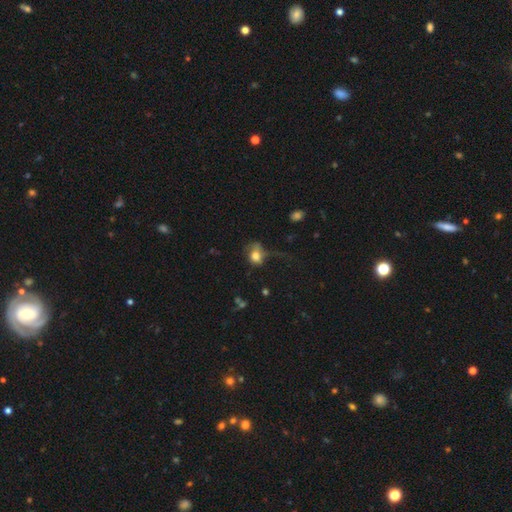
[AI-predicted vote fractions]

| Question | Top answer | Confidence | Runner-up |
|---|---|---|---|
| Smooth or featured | smooth | 73% | featured or disk (16%) |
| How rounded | round | 53% | in between (46%) |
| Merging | none | 34% | major disturbance (33%) |